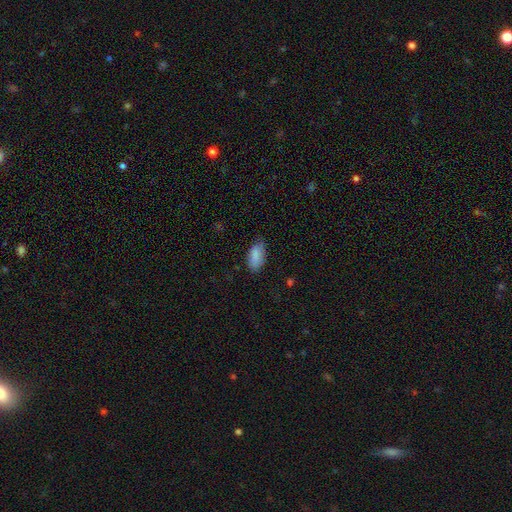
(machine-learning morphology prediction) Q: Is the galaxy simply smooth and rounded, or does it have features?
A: smooth — 86%.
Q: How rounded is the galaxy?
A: in between — 93%.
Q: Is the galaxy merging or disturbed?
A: none — 69%.